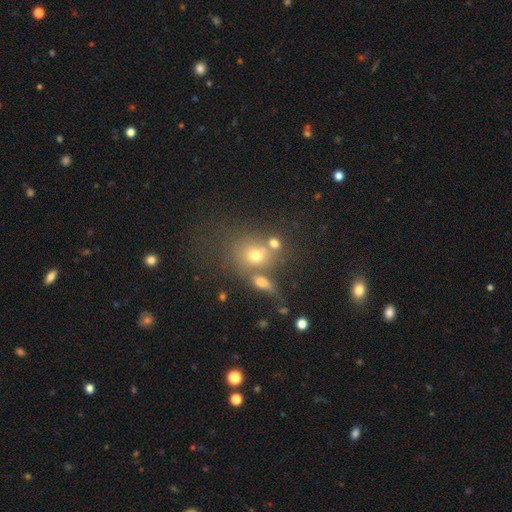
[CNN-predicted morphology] Overall: smooth (64%). How rounded: round (65%; in between 33%). Merging: none (45%; merger 35%).